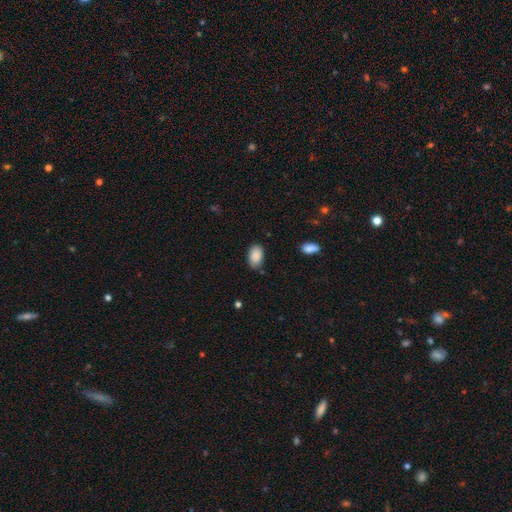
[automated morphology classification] smooth 89%, star or artifact 7%, featured or disk 4%. Down the decision tree: how rounded — in between (92%); merging — none (80%).